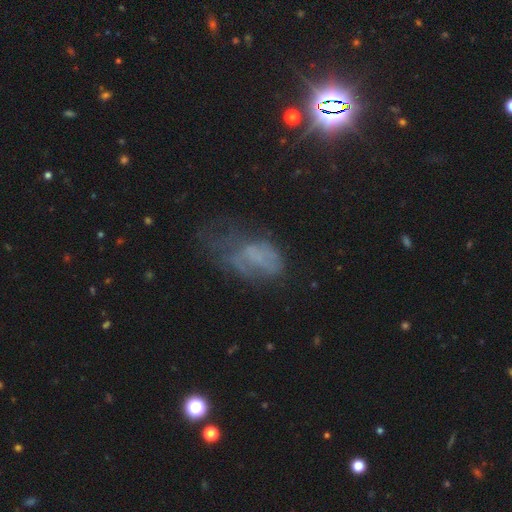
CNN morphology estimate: featured or disk 38%, smooth 35%, star or artifact 27%. Down the decision tree: merging — major disturbance (39%).